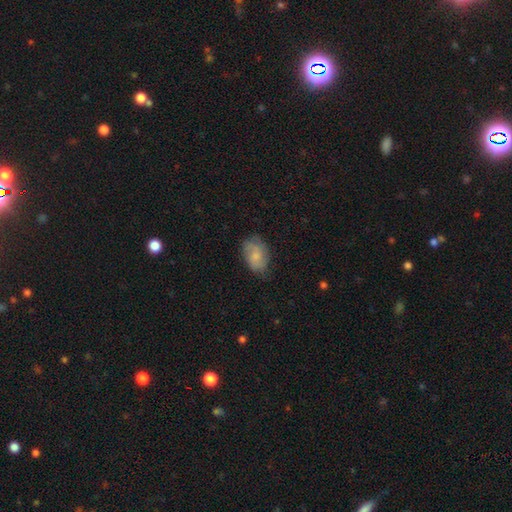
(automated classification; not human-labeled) smooth 62%, featured or disk 30%, star or artifact 8%. Down the decision tree: how rounded — in between (86%); merging — none (68%).